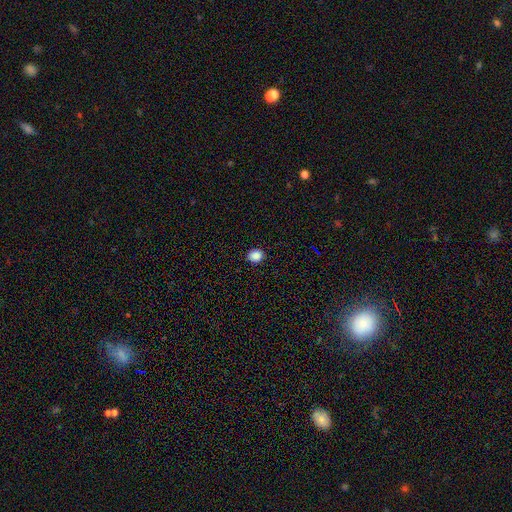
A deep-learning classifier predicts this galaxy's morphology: type=smooth (87%); roundness=round (74%); merging=none (91%).